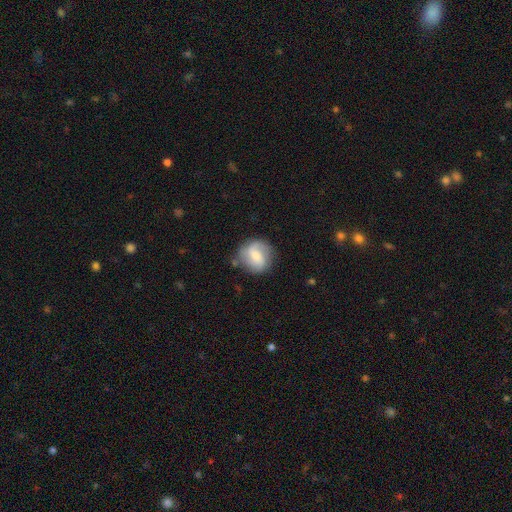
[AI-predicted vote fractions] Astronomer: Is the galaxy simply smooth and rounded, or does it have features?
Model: featured or disk — 61%.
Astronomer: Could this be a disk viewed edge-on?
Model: no — 97%.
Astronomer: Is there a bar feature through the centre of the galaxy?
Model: weak — 49% (runner-up: no, 32%).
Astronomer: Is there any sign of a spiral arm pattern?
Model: yes — 89%.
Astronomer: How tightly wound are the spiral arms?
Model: medium — 41% (runner-up: loose, 39%).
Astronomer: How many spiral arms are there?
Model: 2 — 80%.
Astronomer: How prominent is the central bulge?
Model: small — 47% (runner-up: moderate, 45%).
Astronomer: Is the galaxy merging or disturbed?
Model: none — 74%.